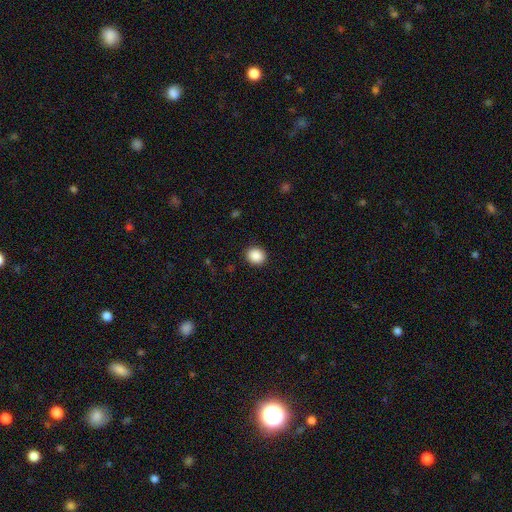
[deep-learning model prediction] A smooth galaxy with no disk features (89%) that is round (73%).

Vote fractions:
- Smooth or featured? smooth: 89% / star or artifact: 8% / featured or disk: 3%
- How rounded? round: 73% / in between: 26% / cigar-shaped: 1%
- Merging? none: 91% / minor disturbance: 6% / major disturbance: 2% / merger: 1%